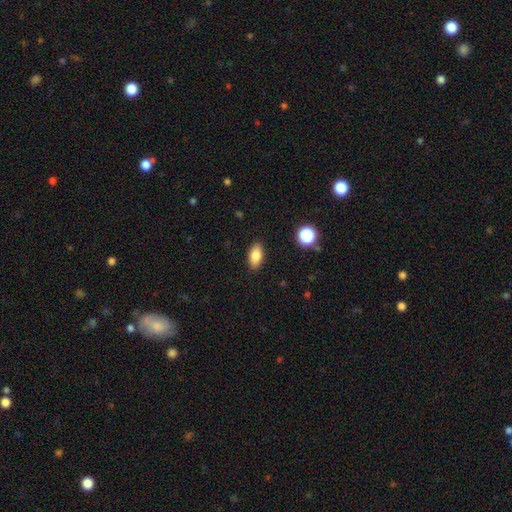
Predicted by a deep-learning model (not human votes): A smooth galaxy with no disk features (83%) that is in between round and cigar-shaped (90%). Merging: none (88%).